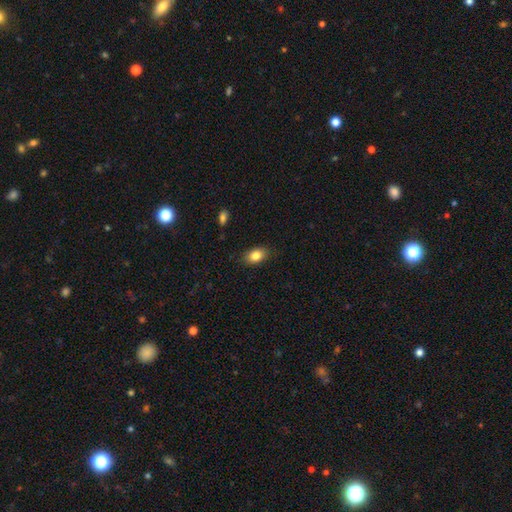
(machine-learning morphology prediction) Smooth or featured: smooth — 83% (featured or disk — 8%)
How rounded: in between — 85% (round — 13%)
Merging: none — 84% (minor disturbance — 12%)